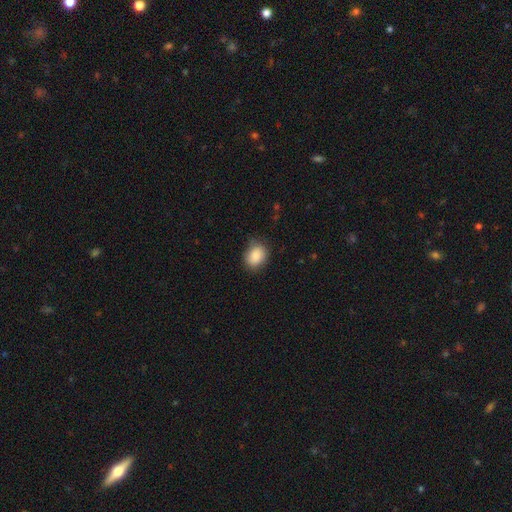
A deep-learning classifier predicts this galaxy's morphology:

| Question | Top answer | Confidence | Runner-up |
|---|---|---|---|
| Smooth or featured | smooth | 86% | star or artifact (8%) |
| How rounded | in between | 56% | round (43%) |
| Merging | none | 77% | minor disturbance (18%) |